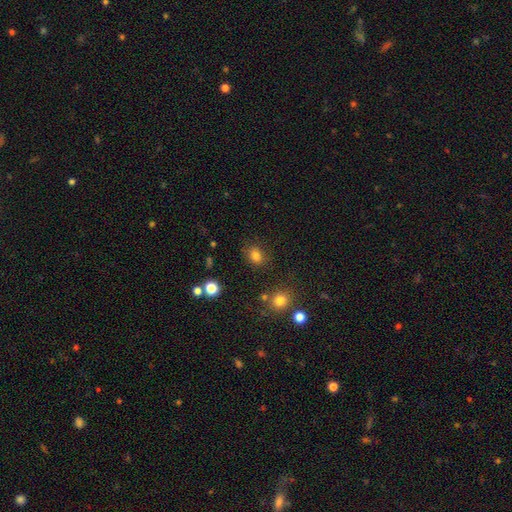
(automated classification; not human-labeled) A smooth galaxy with no disk features (80%) that is in between round and cigar-shaped (54%).

Vote fractions:
- Smooth or featured? smooth: 80% / star or artifact: 14% / featured or disk: 6%
- How rounded? in between: 54% / round: 45% / cigar-shaped: 1%
- Merging? none: 79% / minor disturbance: 13% / major disturbance: 4% / merger: 4%